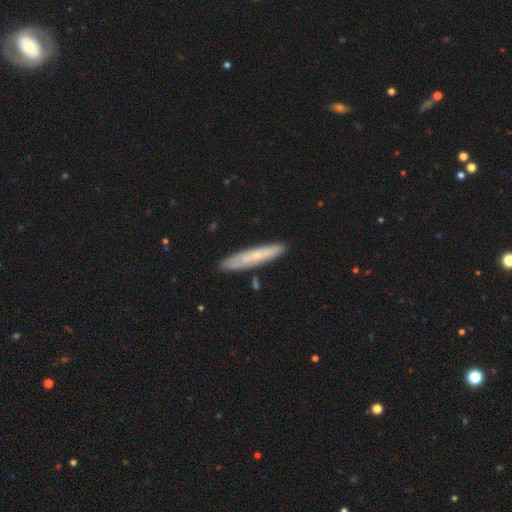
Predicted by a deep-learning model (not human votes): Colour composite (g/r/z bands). It shows a smooth galaxy with no disk features (49%). Merging: none (84%).